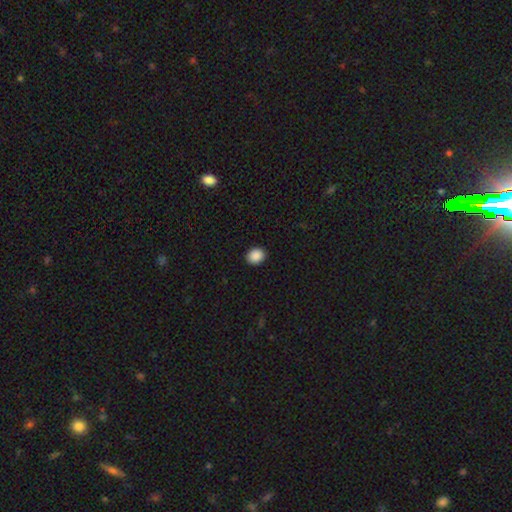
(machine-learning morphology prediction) Smooth or featured? Predicted: smooth (p=0.89). How rounded? Predicted: round (p=0.60). Merging? Predicted: none (p=0.92).